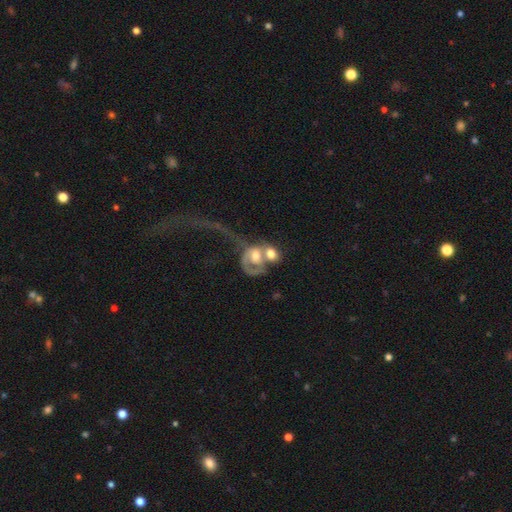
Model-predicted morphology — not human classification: Smooth or featured: featured or disk — 59% (smooth — 32%)
Edge-on disk: no — 95% (yes — 5%)
Bar: no — 71% (weak — 22%)
Spiral arms: yes — 63% (no — 37%)
Bulge size: moderate — 47% (large — 30%)
Merging: merger — 69% (major disturbance — 17%)